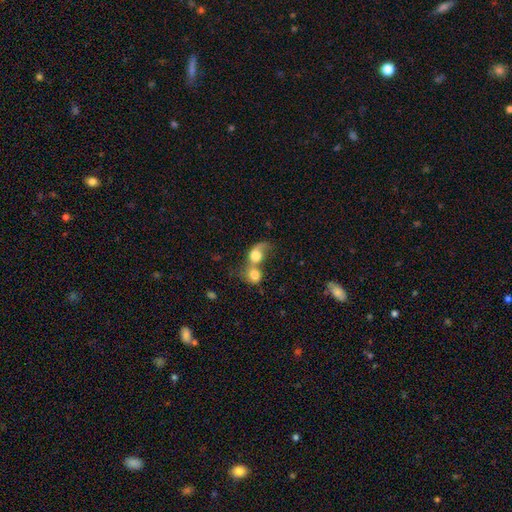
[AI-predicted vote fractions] Morphology: type=smooth (63%); roundness=round (55%); merging=merger (79%).